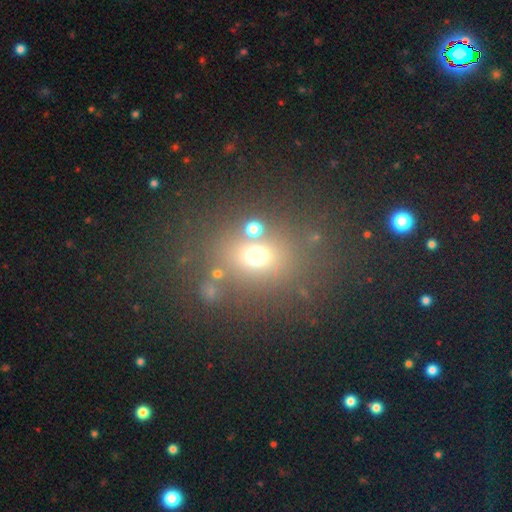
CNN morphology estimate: A smooth galaxy with no disk features (62%) that is round (61%). Merging: none (63%).